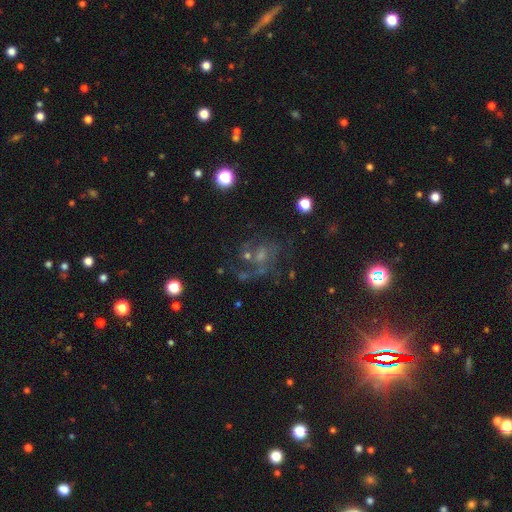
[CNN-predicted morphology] Smooth or featured? Predicted: featured or disk (p=0.46). Merging? Predicted: none (p=0.48).